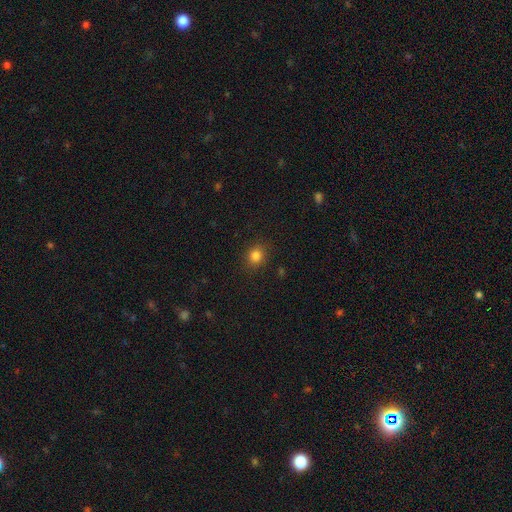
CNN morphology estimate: Q: Smooth or featured?
A: smooth (82%); runner-up: star or artifact (13%)
Q: How rounded?
A: round (75%); runner-up: in between (24%)
Q: Merging?
A: none (88%); runner-up: minor disturbance (8%)